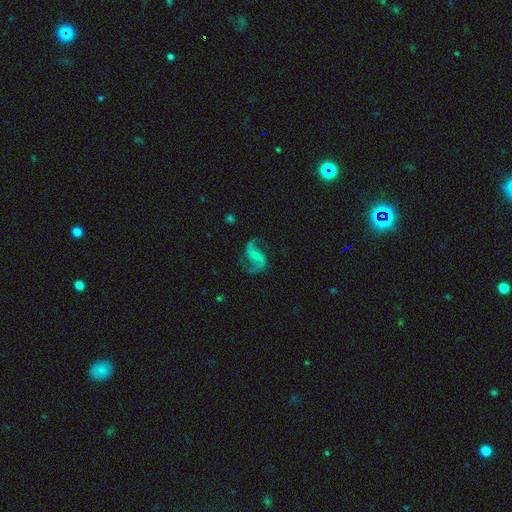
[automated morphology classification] Smooth or featured: featured or disk — 88% (star or artifact — 7%)
Edge-on disk: no — 98% (yes — 2%)
Bar: no — 52% (weak — 36%)
Spiral arms: yes — 97% (no — 3%)
Spiral winding: loose — 54% (medium — 39%)
Spiral arm count: 2 — 92% (can't tell — 2%)
Bulge size: small — 62% (moderate — 25%)
Merging: none — 75% (minor disturbance — 15%)